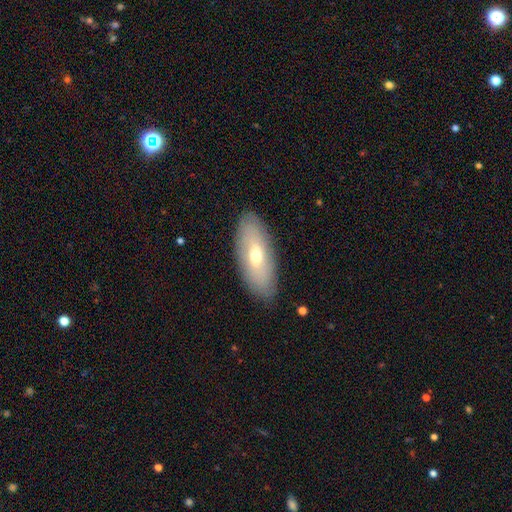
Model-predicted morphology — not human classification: This is possibly a smooth galaxy (56%). How rounded: likely in between (80%). Merging: clearly none (86%).